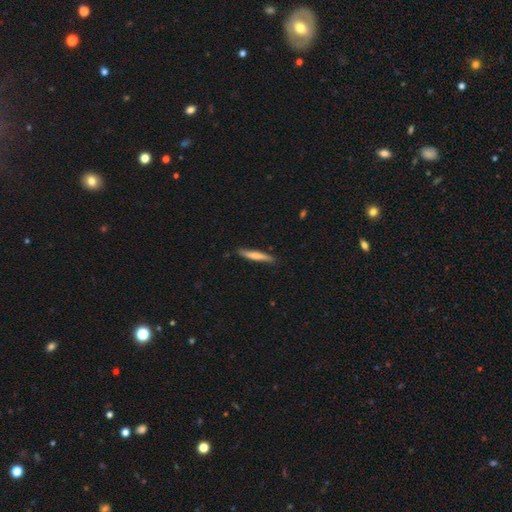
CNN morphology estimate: This is likely a smooth galaxy (64%). How rounded: clearly cigar-shaped (93%). Merging: clearly none (85%).